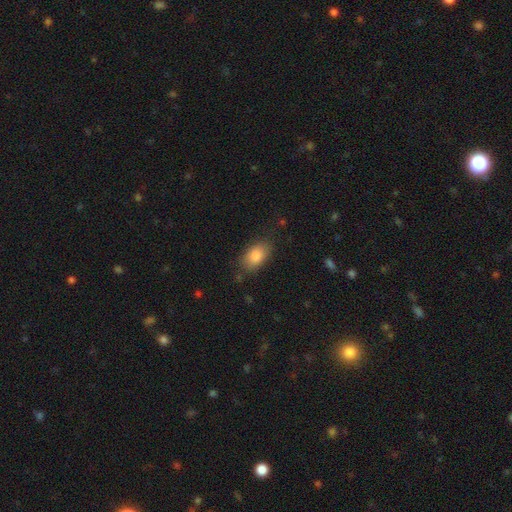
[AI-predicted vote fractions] Smooth or featured: smooth — 86% (star or artifact — 7%)
How rounded: in between — 90% (round — 8%)
Merging: none — 78% (minor disturbance — 16%)